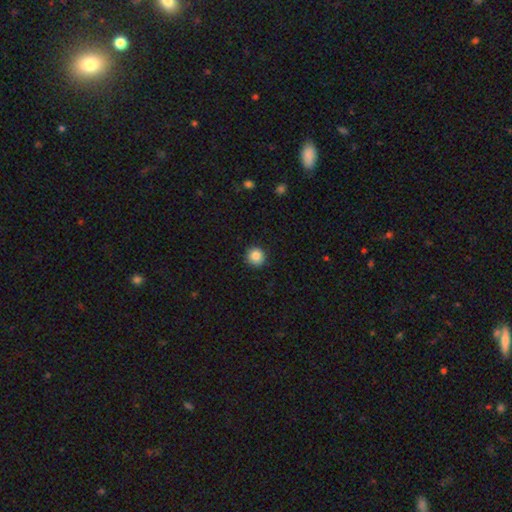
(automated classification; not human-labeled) Morphology: type=smooth (86%); roundness=round (93%); merging=none (91%).